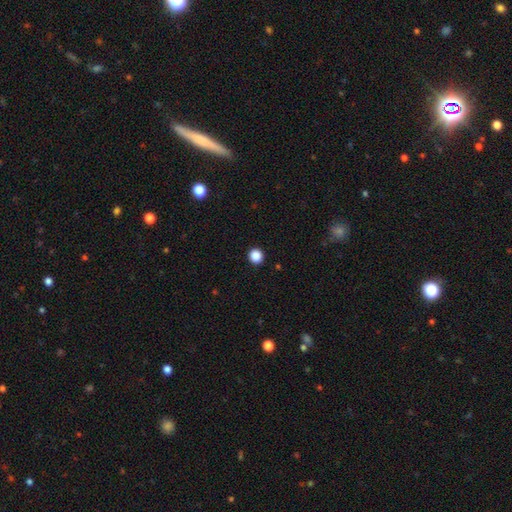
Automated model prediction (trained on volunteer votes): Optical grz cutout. It shows a smooth galaxy with no disk features (87%) that is round (92%). Merging: none (93%).